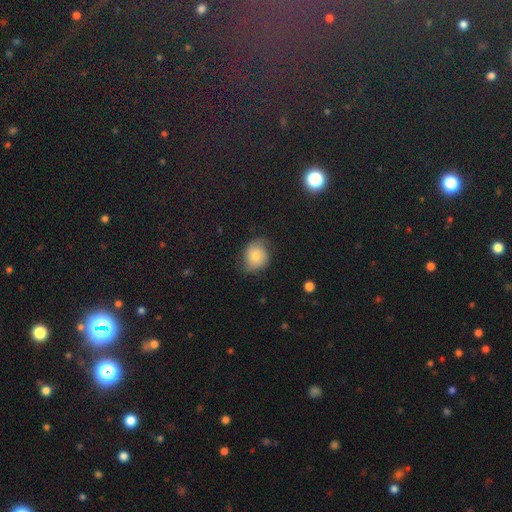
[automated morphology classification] This is likely a smooth galaxy (64%). How rounded: likely round (63%). Merging: likely none (62%).